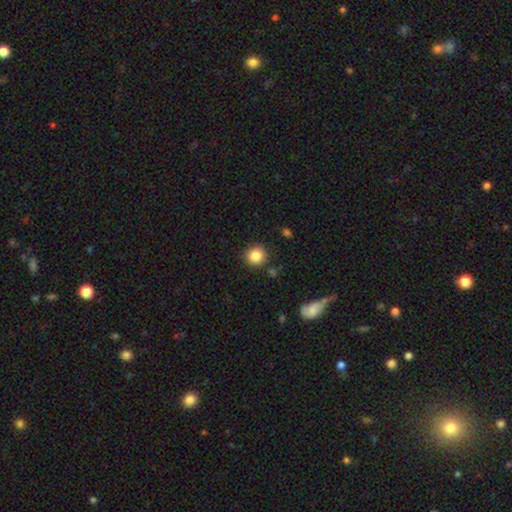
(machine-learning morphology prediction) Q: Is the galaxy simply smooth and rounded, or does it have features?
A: smooth — 86%.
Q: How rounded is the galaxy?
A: round — 92%.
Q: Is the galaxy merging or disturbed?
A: none — 89%.